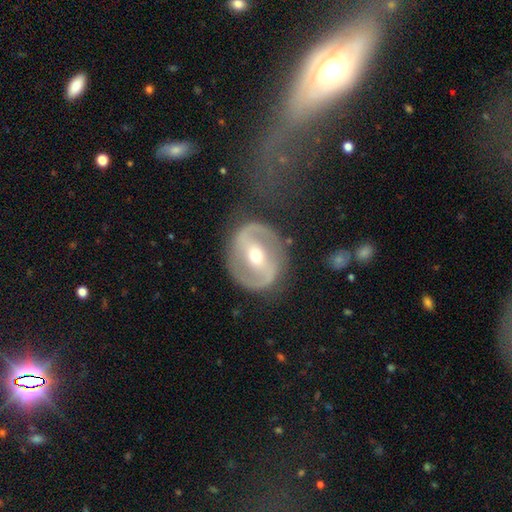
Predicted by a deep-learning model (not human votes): smooth-or-featured: featured or disk: 84% | smooth: 12% | star or artifact: 5%
  disk-edge-on: no: 97% | yes: 3%
    bar: strong: 49% | weak: 34% | no: 17%
    has-spiral-arms: yes: 82% | no: 18%
      spiral-winding: medium: 48% | loose: 26% | tight: 26%
      spiral-arm-count: 2: 89% | can't tell: 5% | 1: 3% | 3: 1% | 4: 1% | more than 4: 1%
    bulge-size: moderate: 68% | small: 26% | large: 4% | dominant: 1% | none: 1%
  merging: none: 82% | minor disturbance: 11% | major disturbance: 5% | merger: 2%